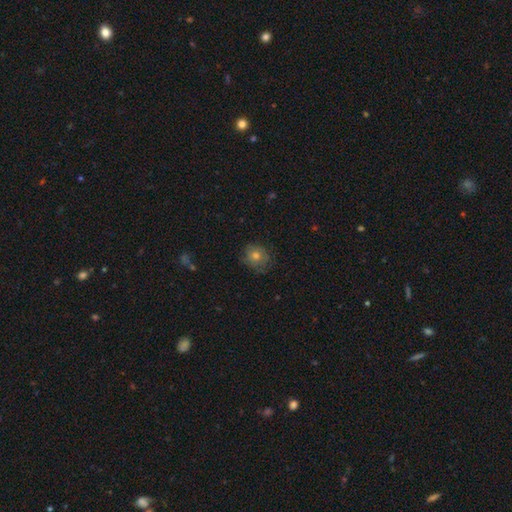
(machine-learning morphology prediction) type=smooth (61%); roundness=round (83%); merging=none (79%).